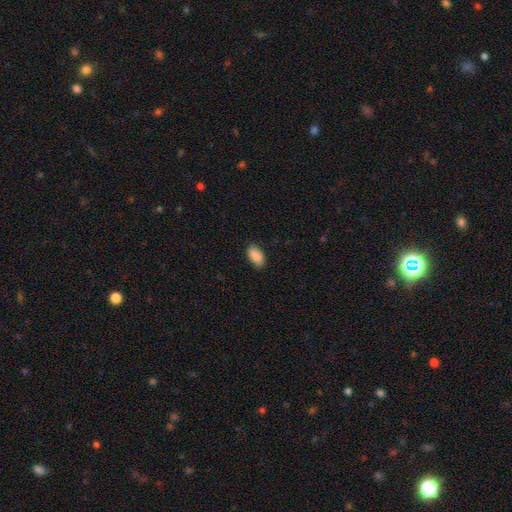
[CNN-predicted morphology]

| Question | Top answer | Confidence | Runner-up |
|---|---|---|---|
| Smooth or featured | smooth | 90% | star or artifact (6%) |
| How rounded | in between | 94% | round (3%) |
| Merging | none | 86% | minor disturbance (11%) |